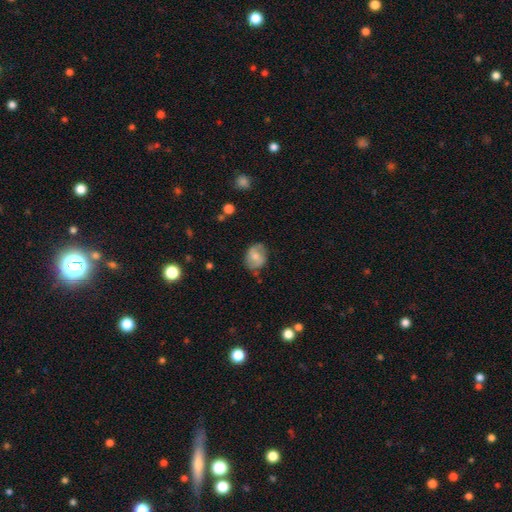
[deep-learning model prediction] smooth-or-featured: smooth: 55% | featured or disk: 38% | star or artifact: 7%
  how-rounded: in between: 55% | round: 44% | cigar-shaped: 1%
  merging: none: 71% | minor disturbance: 21% | major disturbance: 6% | merger: 2%